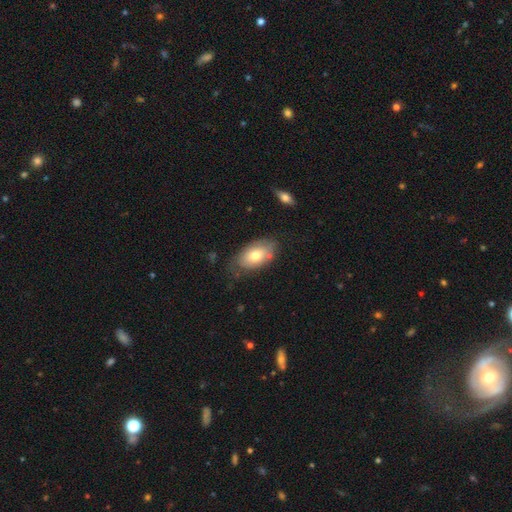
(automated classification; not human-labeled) Overall: smooth (69%). How rounded: in between (92%). Merging: none (65%).